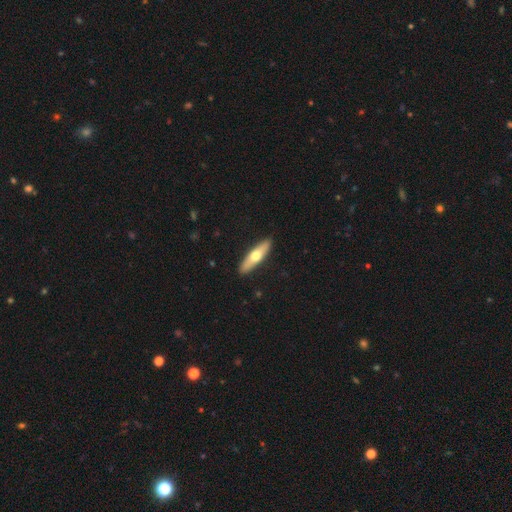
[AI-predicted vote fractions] smooth_or_featured: smooth (p=0.53) [alt: featured or disk p=0.42]
how_rounded: cigar-shaped (p=0.71) [alt: in between p=0.27]
merging: none (p=0.91) [alt: minor disturbance p=0.07]